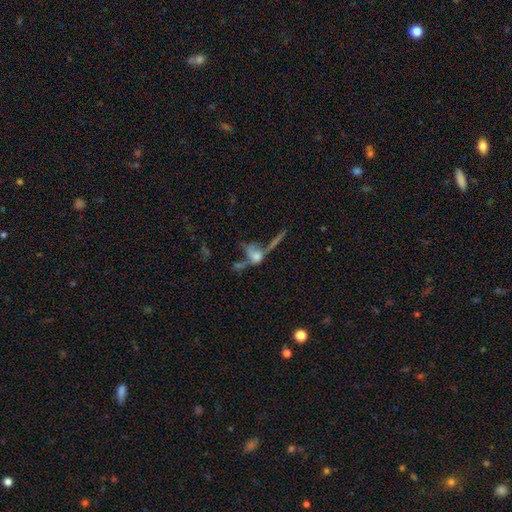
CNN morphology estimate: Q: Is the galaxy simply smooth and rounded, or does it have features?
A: smooth — 42%.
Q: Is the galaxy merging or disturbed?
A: merger — 35%.